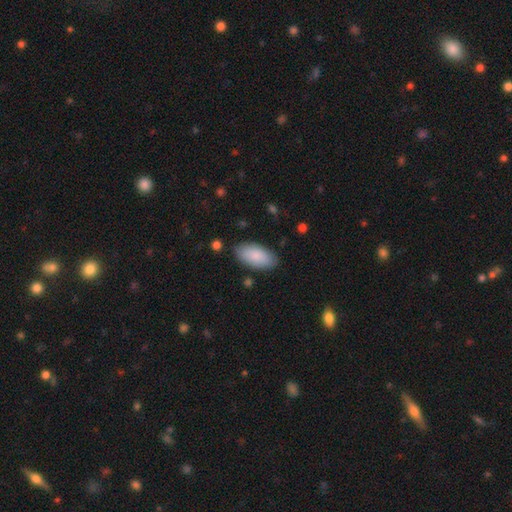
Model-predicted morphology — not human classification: Q: Smooth or featured?
A: smooth (86%); runner-up: featured or disk (8%)
Q: How rounded?
A: in between (94%); runner-up: cigar-shaped (4%)
Q: Merging?
A: none (85%); runner-up: minor disturbance (11%)